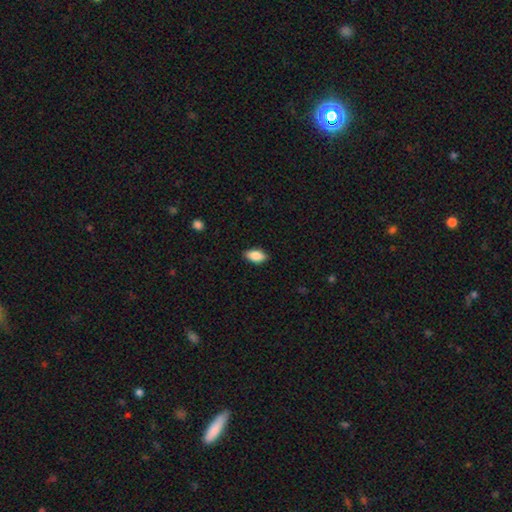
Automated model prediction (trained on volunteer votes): Q: Smooth or featured?
A: smooth (86%); runner-up: featured or disk (7%)
Q: How rounded?
A: in between (91%); runner-up: cigar-shaped (5%)
Q: Merging?
A: none (87%); runner-up: minor disturbance (10%)